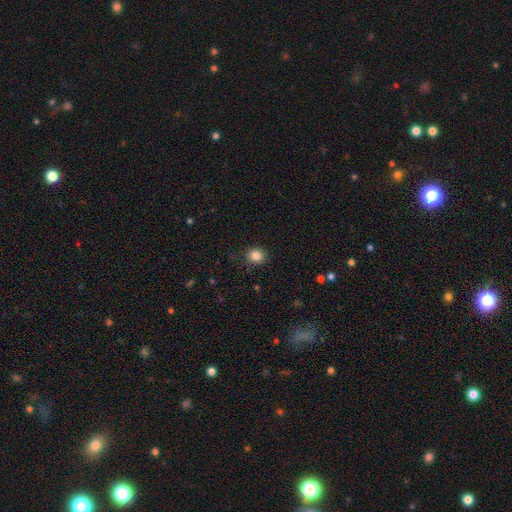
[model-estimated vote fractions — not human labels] Smooth or featured?
  - smooth: 85% *
  - star or artifact: 11%
  - featured or disk: 4%
How rounded?
  - round: 81% *
  - in between: 18%
  - cigar-shaped: 1%
Merging?
  - none: 85% *
  - minor disturbance: 11%
  - major disturbance: 3%
  - merger: 1%